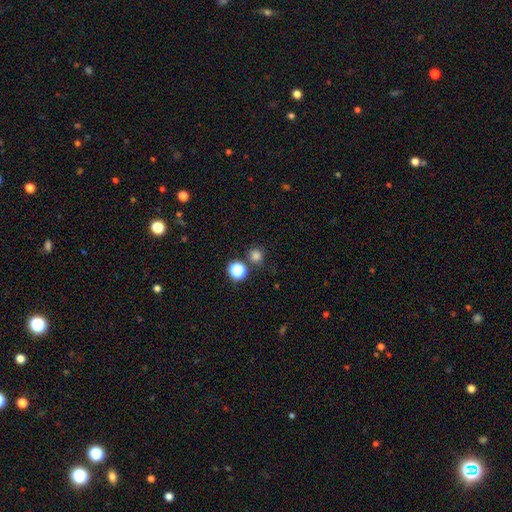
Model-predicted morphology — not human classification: smooth 77%, star or artifact 19%, featured or disk 5%. Down the decision tree: how rounded — round (91%); merging — none (79%).